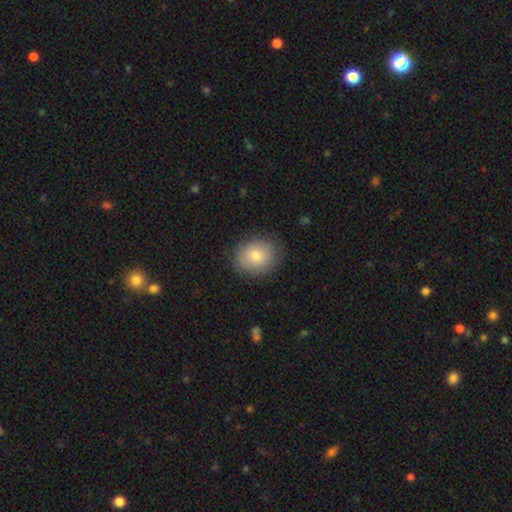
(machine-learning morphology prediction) smooth_or_featured: smooth (p=0.79) [alt: featured or disk p=0.13]
how_rounded: round (p=0.56) [alt: in between p=0.44]
merging: none (p=0.82) [alt: minor disturbance p=0.13]